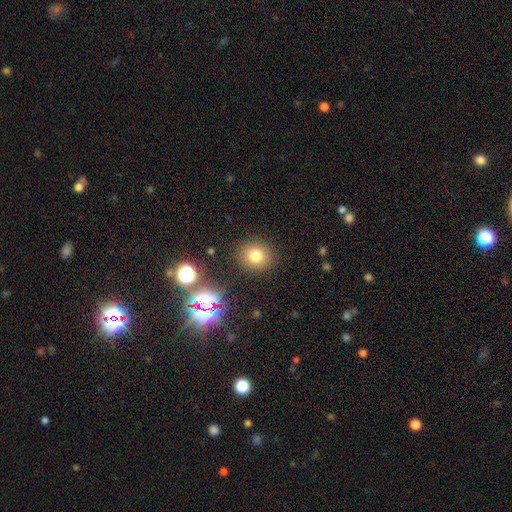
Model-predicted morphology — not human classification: This appears to be a smooth galaxy with no disk features (76%) that is round (82%). Merging: none (87%).